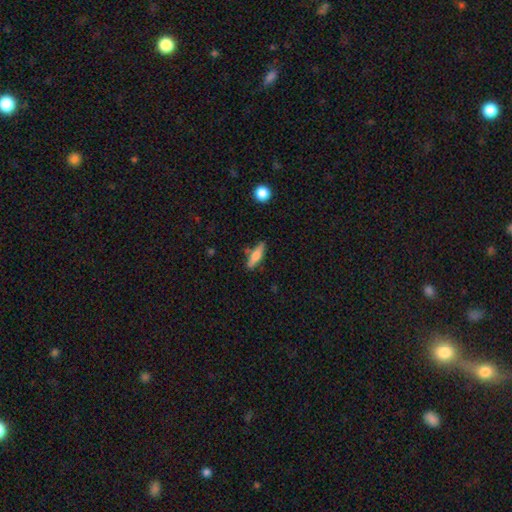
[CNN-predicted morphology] type=smooth (68%); roundness=cigar-shaped (58%); merging=none (75%).